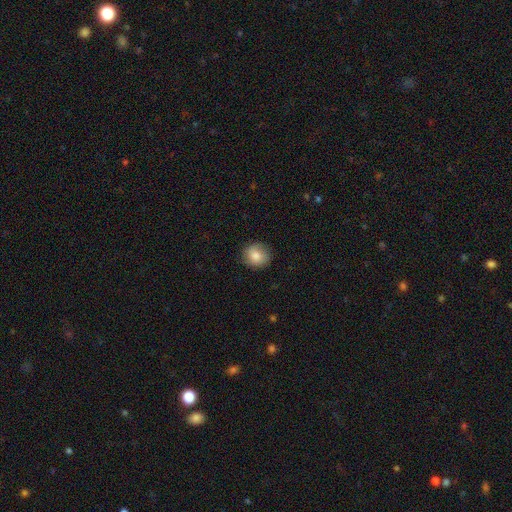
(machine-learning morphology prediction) type=smooth (83%); roundness=round (83%); merging=none (86%).